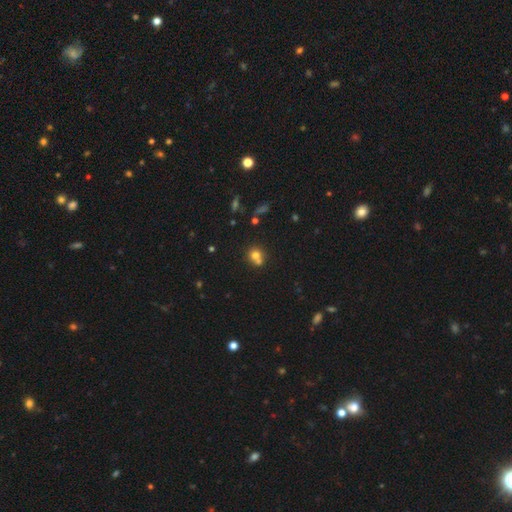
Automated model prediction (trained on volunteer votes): Morphology: type=smooth (70%); roundness=round (80%); merging=merger (45%).